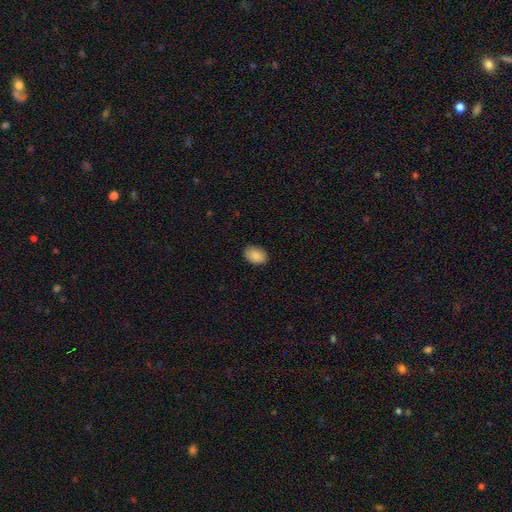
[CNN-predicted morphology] The model was most divided on "how rounded": in between: 78%, round: 21%, cigar-shaped: 1%. More confident: smooth or featured — smooth (89%); merging — none (87%).